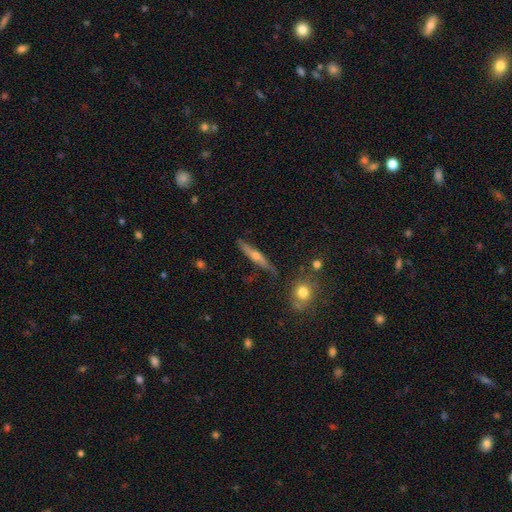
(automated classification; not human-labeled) Smooth or featured?
  - featured or disk: 61% *
  - smooth: 32%
  - star or artifact: 7%
Edge-on disk?
  - yes: 93% *
  - no: 7%
Edge-on bulge?
  - rounded: 86% *
  - none: 10%
  - boxy: 4%
Merging?
  - none: 82% *
  - minor disturbance: 12%
  - merger: 3%
  - major disturbance: 3%